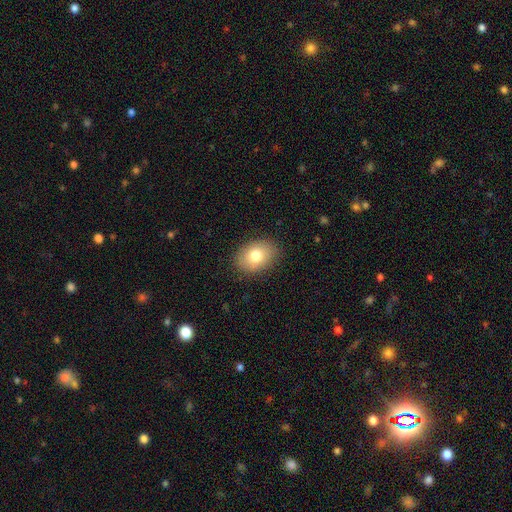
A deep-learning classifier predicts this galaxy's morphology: smooth_or_featured: smooth (p=0.78) [alt: featured or disk p=0.13]
how_rounded: in between (p=0.76) [alt: round p=0.23]
merging: none (p=0.87) [alt: minor disturbance p=0.10]